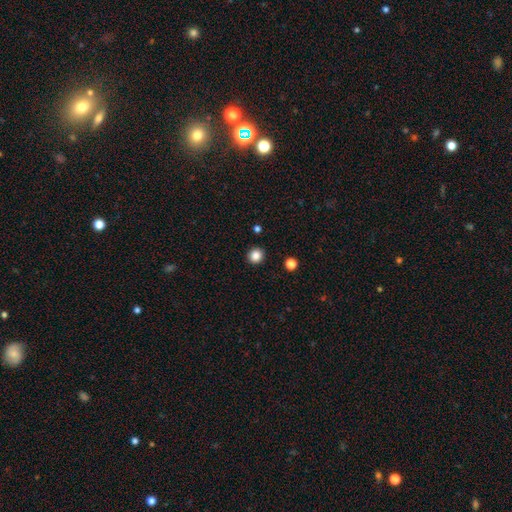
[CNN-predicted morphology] smooth-or-featured: smooth: 85% | star or artifact: 11% | featured or disk: 4%
  how-rounded: round: 90% | in between: 9% | cigar-shaped: 1%
  merging: none: 92% | minor disturbance: 5% | major disturbance: 2% | merger: 1%